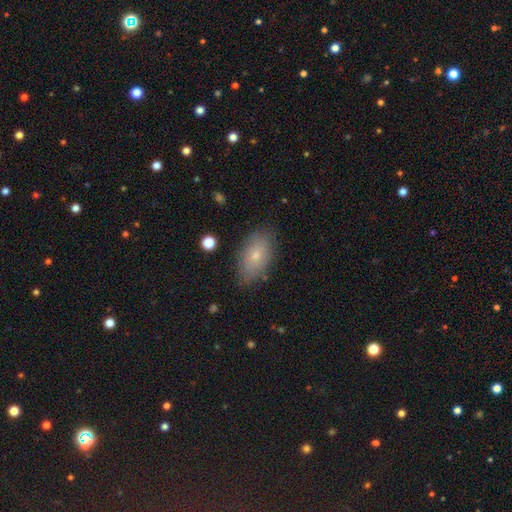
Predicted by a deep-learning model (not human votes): The model was most divided on "smooth or featured": smooth: 72%, featured or disk: 20%, star or artifact: 8%. More confident: how rounded — in between (91%); merging — none (81%).